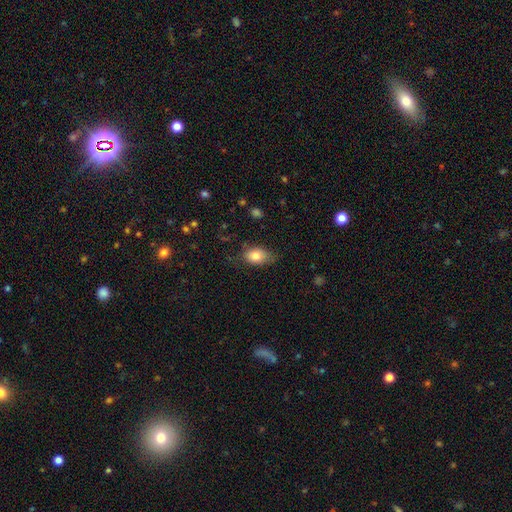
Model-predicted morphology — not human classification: Smooth or featured? smooth (81%)
How rounded? in between (83%)
Merging? none (67%)